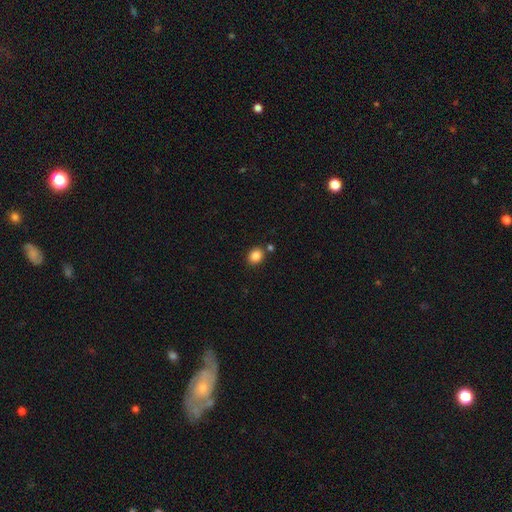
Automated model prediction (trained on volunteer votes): Smooth or featured?
  - smooth: 86% *
  - star or artifact: 10%
  - featured or disk: 4%
How rounded?
  - round: 57% *
  - in between: 42%
  - cigar-shaped: 1%
Merging?
  - none: 80% *
  - minor disturbance: 9%
  - merger: 8%
  - major disturbance: 3%